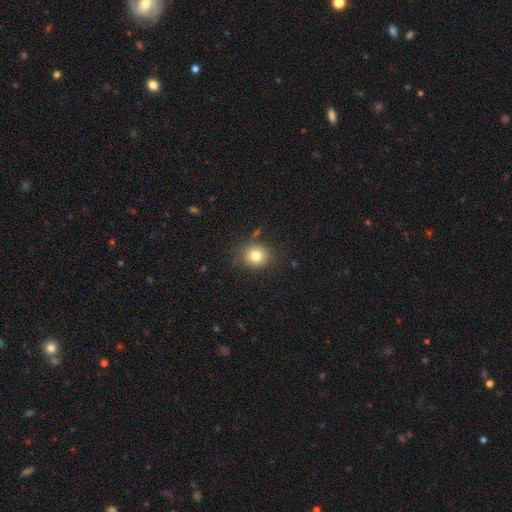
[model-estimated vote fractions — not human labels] Smooth or featured?
  - smooth: 80% *
  - star or artifact: 12%
  - featured or disk: 9%
How rounded?
  - round: 84% *
  - in between: 15%
  - cigar-shaped: 1%
Merging?
  - none: 82% *
  - minor disturbance: 11%
  - major disturbance: 3%
  - merger: 3%